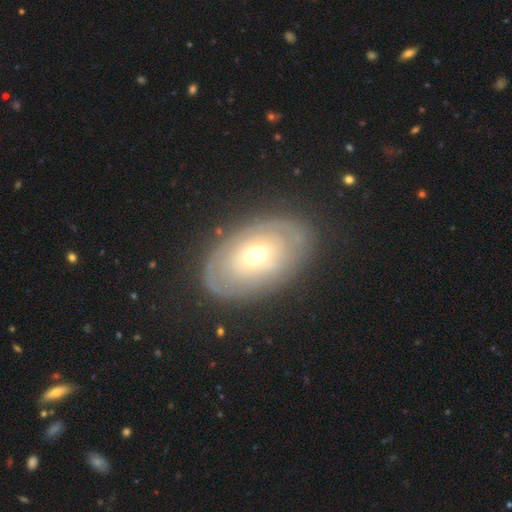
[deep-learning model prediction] featured or disk 60%, smooth 33%, star or artifact 7%. Down the decision tree: edge-on disk — no (92%); bar — no (83%); spiral arms — no (53%); bulge size — moderate (63%); merging — none (79%).